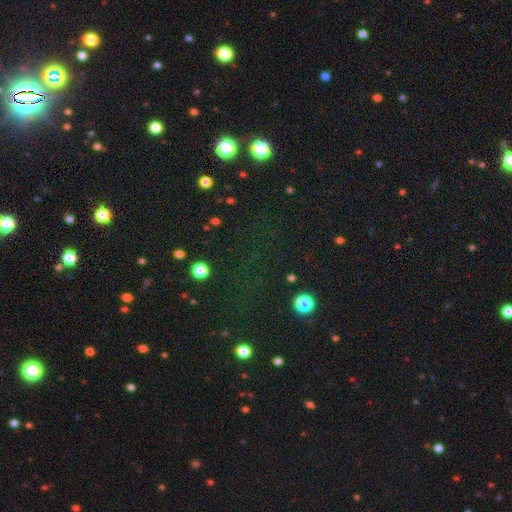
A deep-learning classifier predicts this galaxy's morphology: type=star or artifact (73%).